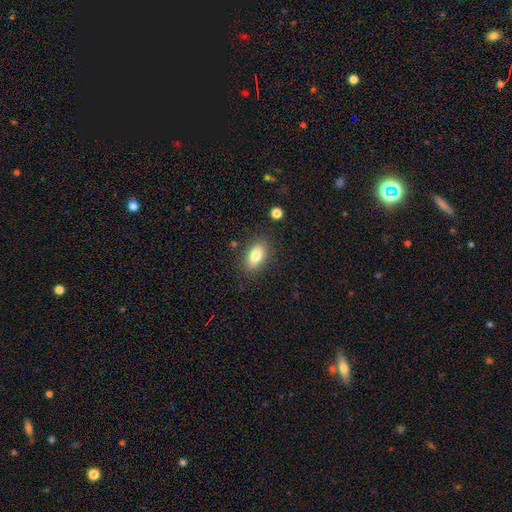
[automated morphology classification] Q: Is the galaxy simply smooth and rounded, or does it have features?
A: smooth — 79%.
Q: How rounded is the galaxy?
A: in between — 87%.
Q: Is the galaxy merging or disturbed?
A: none — 85%.